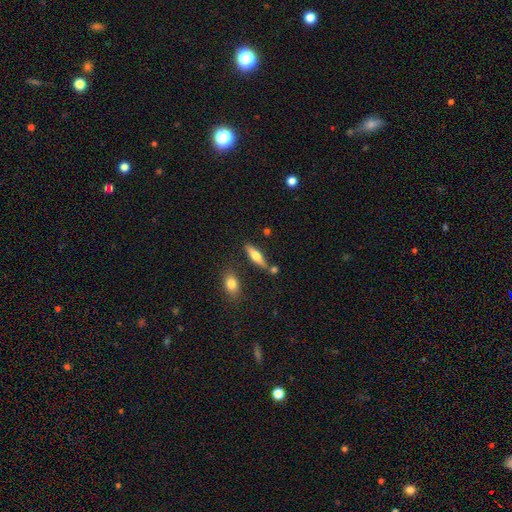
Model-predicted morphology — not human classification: smooth-or-featured: smooth: 51% | featured or disk: 42% | star or artifact: 7%
  how-rounded: cigar-shaped: 64% | in between: 33% | round: 3%
  merging: none: 73% | minor disturbance: 13% | merger: 11% | major disturbance: 4%